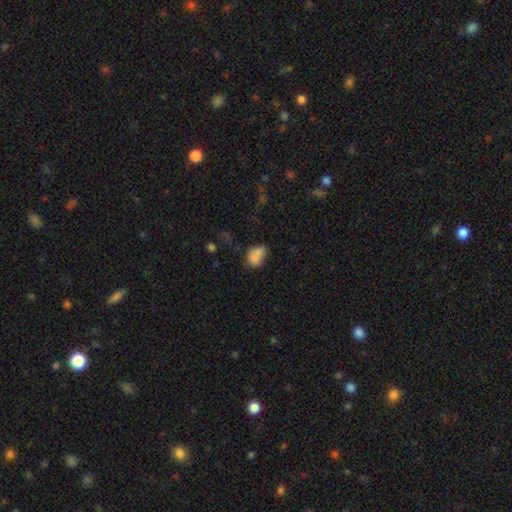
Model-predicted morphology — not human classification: Q: Smooth or featured?
A: smooth (77%); runner-up: featured or disk (12%)
Q: How rounded?
A: in between (72%); runner-up: round (26%)
Q: Merging?
A: none (36%); runner-up: merger (29%)